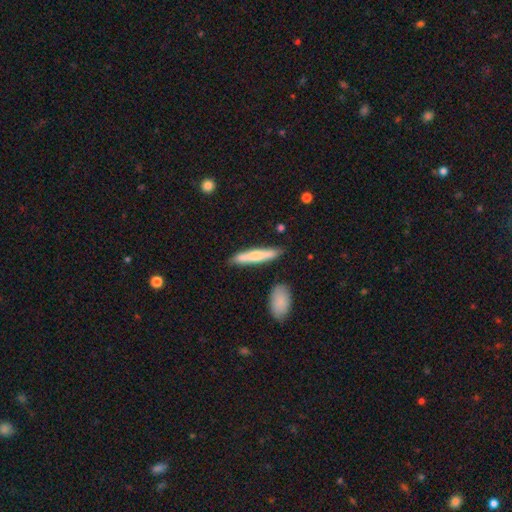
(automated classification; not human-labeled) This appears to be a smooth galaxy with no disk features (64%) that is cigar-shaped (88%). Merging: none (83%).